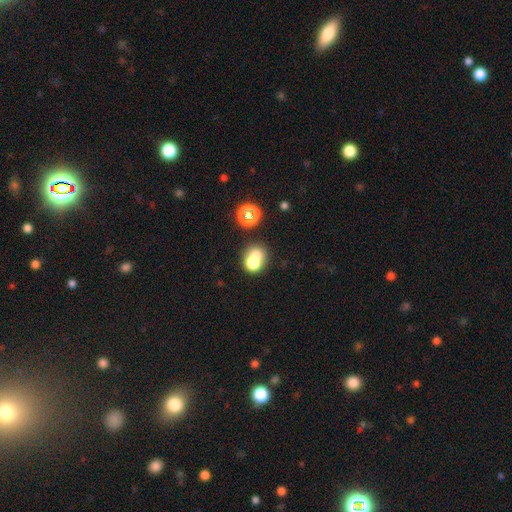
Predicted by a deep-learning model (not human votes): This appears to be a smooth galaxy with no disk features (66%) that is round (71%). Merging: merger (48%).